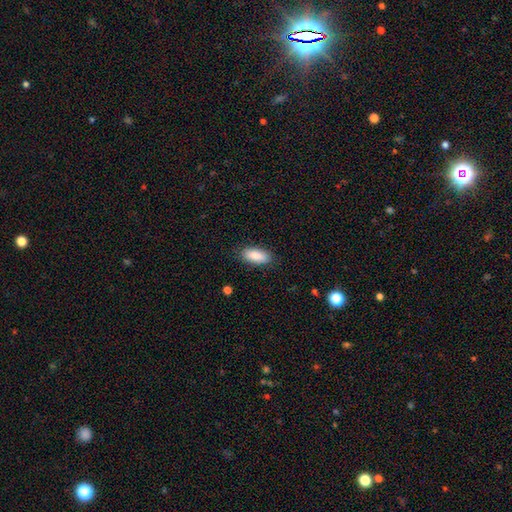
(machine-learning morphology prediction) type=smooth (88%); roundness=in between (88%); merging=none (85%).